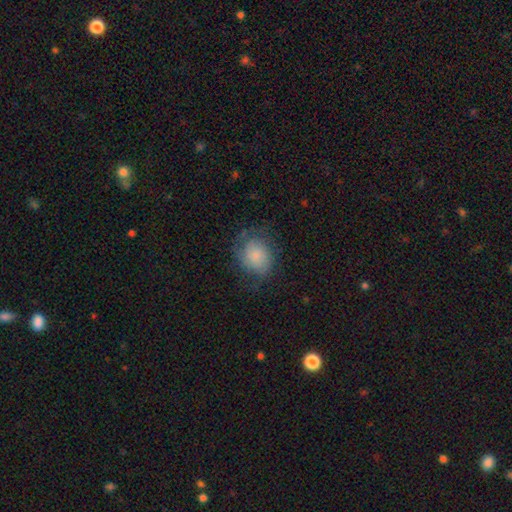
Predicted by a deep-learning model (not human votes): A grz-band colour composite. It shows a smooth galaxy with no disk features (73%) that is round (60%). Merging: none (60%).